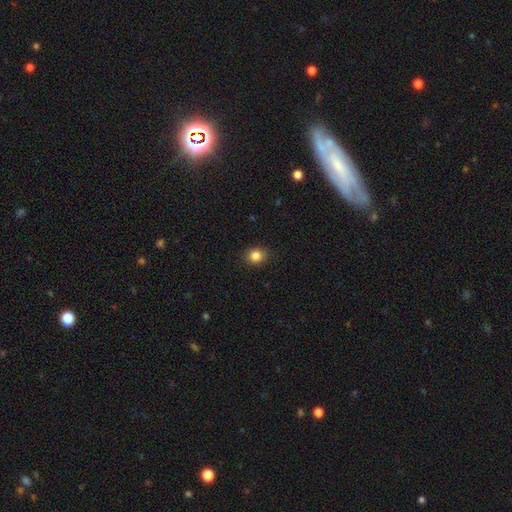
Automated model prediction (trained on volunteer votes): smooth 85%, star or artifact 11%, featured or disk 4%. Down the decision tree: how rounded — round (73%); merging — none (88%).